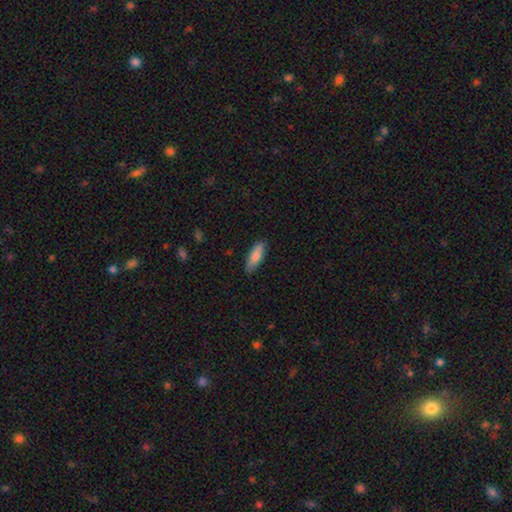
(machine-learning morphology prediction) Smooth or featured?
  - smooth: 84% *
  - featured or disk: 11%
  - star or artifact: 6%
How rounded?
  - in between: 57% *
  - cigar-shaped: 42%
  - round: 2%
Merging?
  - none: 84% *
  - minor disturbance: 12%
  - major disturbance: 2%
  - merger: 1%